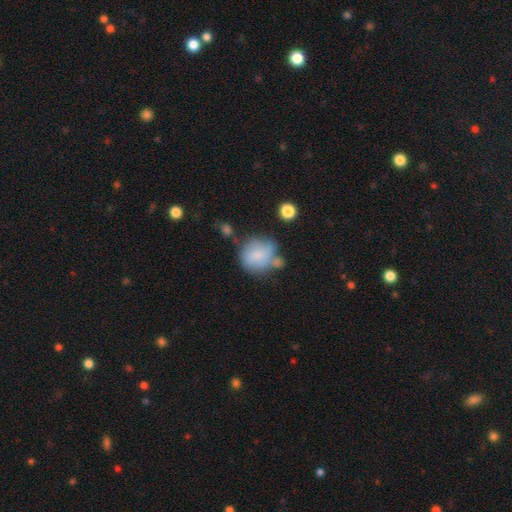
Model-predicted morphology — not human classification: The model was most divided on "merging": none: 43%, minor disturbance: 24%, merger: 21%, major disturbance: 12%. More confident: how rounded — round (83%); smooth or featured — smooth (74%).